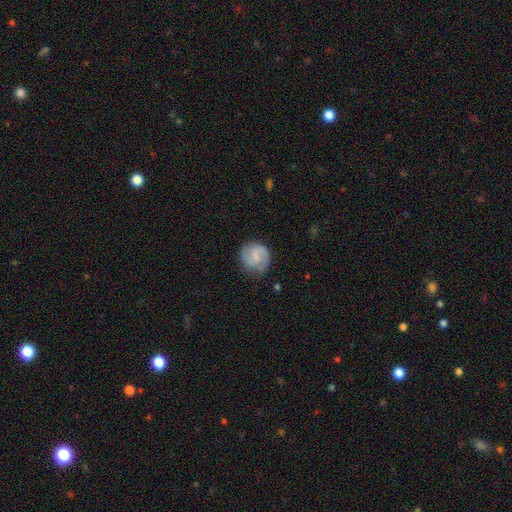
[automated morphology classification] A featured or disk galaxy (77%) with a weak bar (52%), 2 (89%) medium (52%) spiral arms (96%) and a small central bulge (48%). Merging: none (78%).